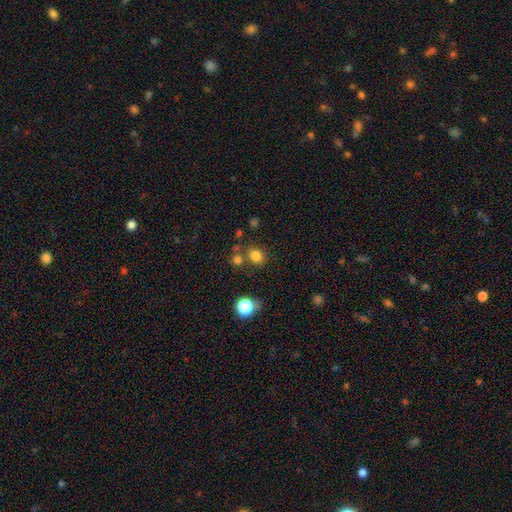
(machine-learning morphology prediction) smooth_or_featured: smooth (p=0.77) [alt: star or artifact p=0.17]
how_rounded: round (p=0.73) [alt: in between p=0.27]
merging: none (p=0.73) [alt: merger p=0.13]